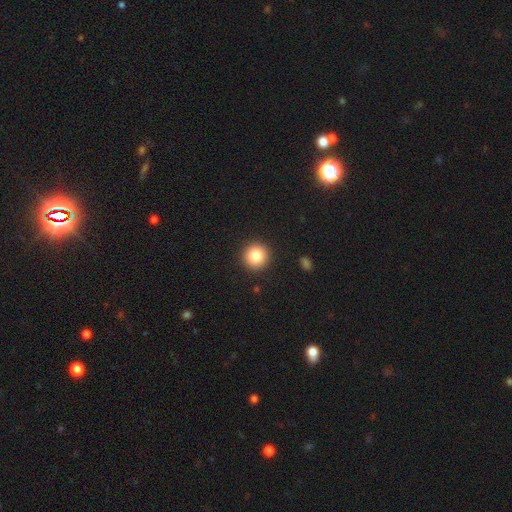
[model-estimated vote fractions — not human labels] Smooth or featured? smooth (84%)
How rounded? round (95%)
Merging? none (92%)